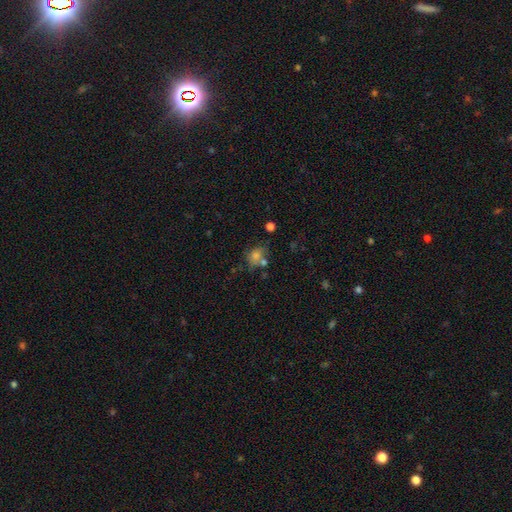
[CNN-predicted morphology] The model was most divided on "how rounded": in between: 53%, round: 46%, cigar-shaped: 2%. Remaining: smooth or featured — smooth (64%); merging — none (48%).